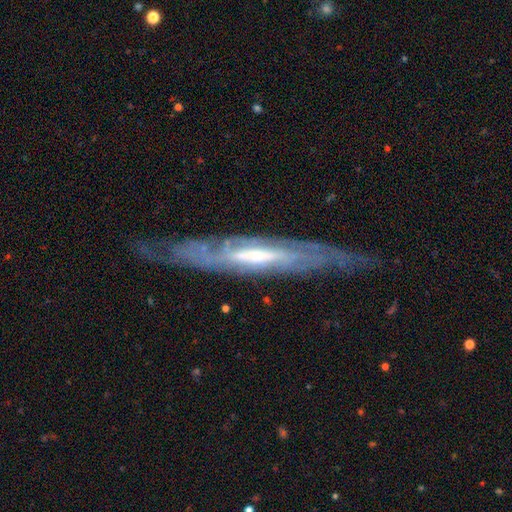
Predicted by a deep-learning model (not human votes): A featured or disk galaxy (82%) viewed edge-on (54%).

Vote fractions:
- Smooth or featured? featured or disk: 82% / smooth: 12% / star or artifact: 6%
- Edge-on disk? yes: 54% / no: 46%
- Merging? none: 67% / minor disturbance: 21% / major disturbance: 10% / merger: 2%